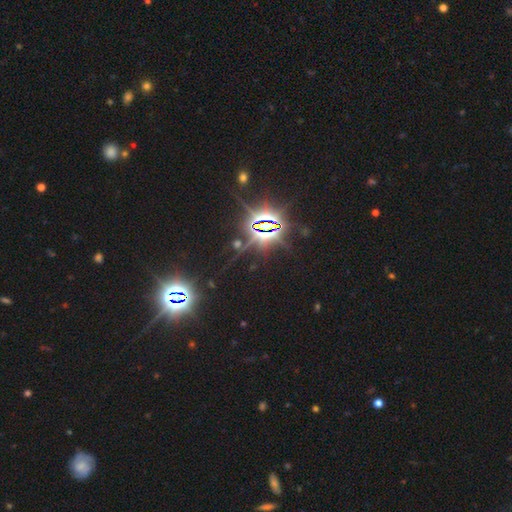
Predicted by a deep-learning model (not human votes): smooth-or-featured: star or artifact: 85% | smooth: 9% | featured or disk: 6%